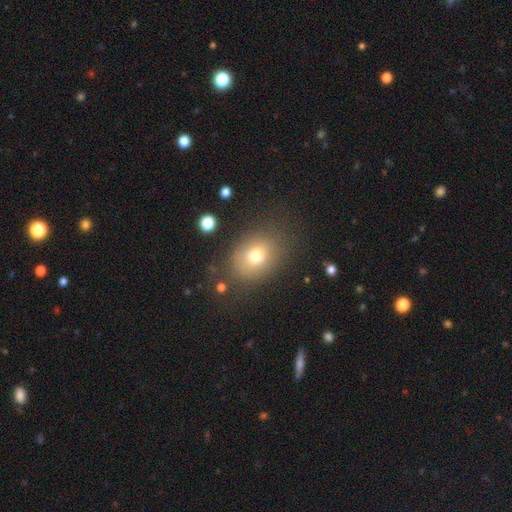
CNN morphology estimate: The model was most divided on "how rounded": in between: 55%, round: 44%, cigar-shaped: 1%. More confident: merging — none (74%); smooth or featured — smooth (73%).